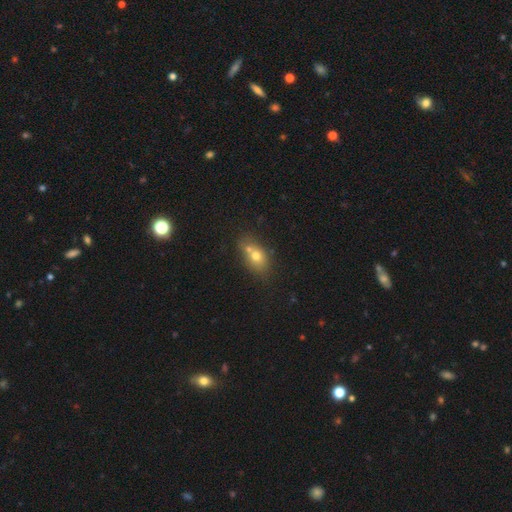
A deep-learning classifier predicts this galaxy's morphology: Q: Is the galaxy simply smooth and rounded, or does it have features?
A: smooth — 68%.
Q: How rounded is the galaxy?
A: in between — 66%.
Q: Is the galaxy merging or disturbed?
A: merger — 43%.